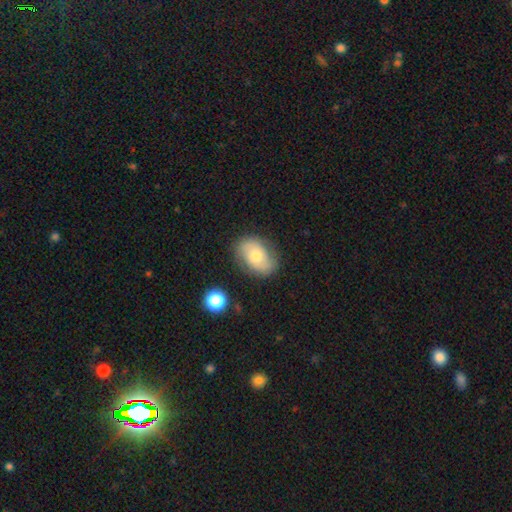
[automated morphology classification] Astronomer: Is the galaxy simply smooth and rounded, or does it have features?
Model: featured or disk — 49% (runner-up: smooth, 42%).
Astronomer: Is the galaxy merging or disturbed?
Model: none — 77%.